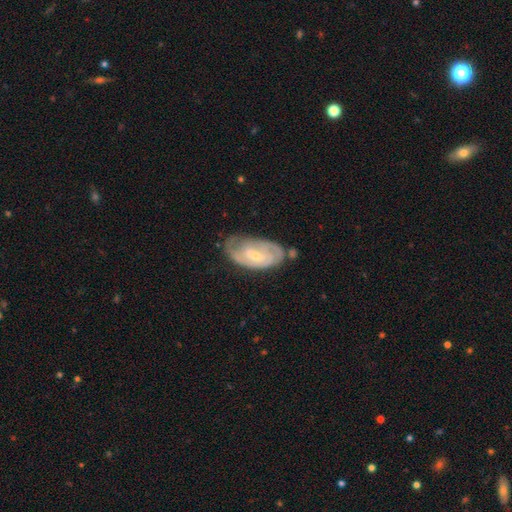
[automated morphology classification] smooth-or-featured: featured or disk: 75% | smooth: 19% | star or artifact: 6%
  disk-edge-on: no: 95% | yes: 5%
    bar: no: 47% | weak: 42% | strong: 11%
    has-spiral-arms: yes: 87% | no: 13%
      spiral-winding: tight: 58% | medium: 32% | loose: 10%
      spiral-arm-count: 2: 49% | can't tell: 33% | 3: 8% | 1: 6% | 4: 2% | more than 4: 2%
    bulge-size: small: 66% | moderate: 31% | none: 1% | large: 1% | dominant: 1%
  merging: none: 57% | minor disturbance: 27% | major disturbance: 10% | merger: 6%